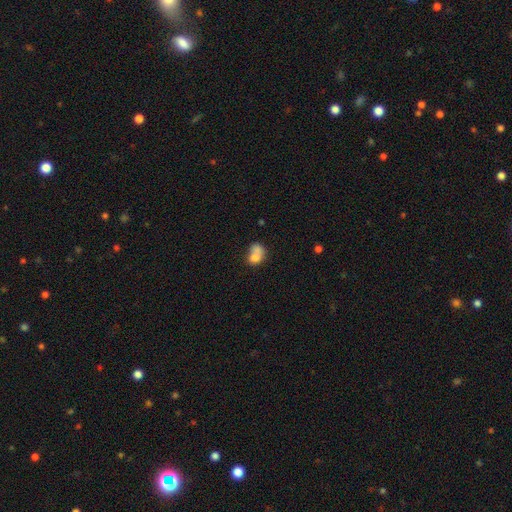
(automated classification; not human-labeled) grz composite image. It shows a smooth galaxy with no disk features (73%) that is in between round and cigar-shaped (58%). Merging: merger (55%).